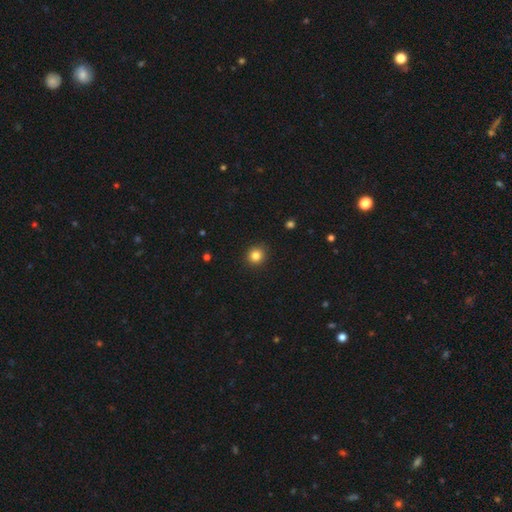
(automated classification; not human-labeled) smooth-or-featured: smooth: 84% | star or artifact: 11% | featured or disk: 5%
  how-rounded: round: 89% | in between: 11% | cigar-shaped: 1%
  merging: none: 90% | minor disturbance: 7% | major disturbance: 2% | merger: 1%